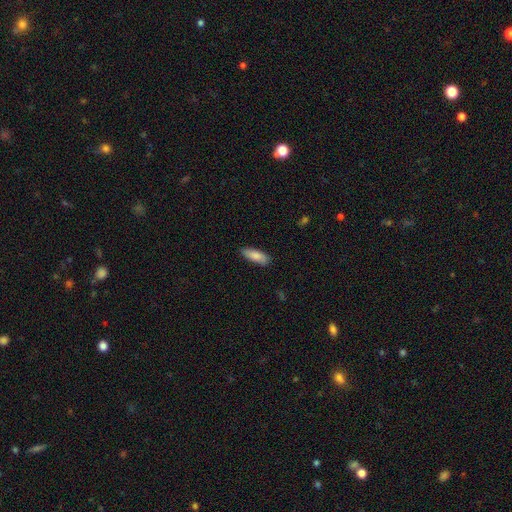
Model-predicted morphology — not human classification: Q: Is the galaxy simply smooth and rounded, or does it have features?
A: smooth — 86%.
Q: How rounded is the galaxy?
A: in between — 63%.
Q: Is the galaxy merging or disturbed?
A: none — 86%.